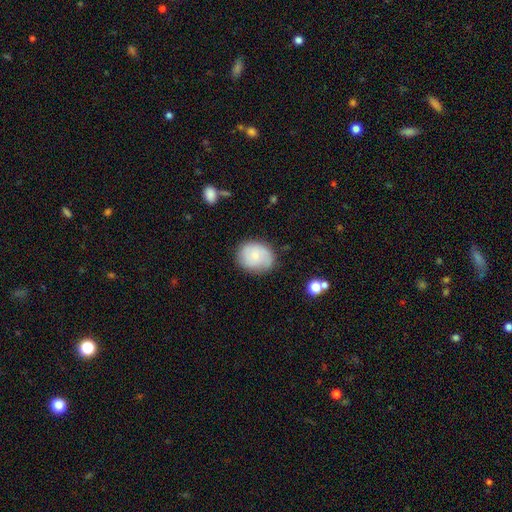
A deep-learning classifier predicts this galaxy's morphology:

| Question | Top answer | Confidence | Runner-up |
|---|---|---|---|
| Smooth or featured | smooth | 63% | featured or disk (30%) |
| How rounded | round | 56% | in between (43%) |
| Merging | none | 72% | minor disturbance (20%) |